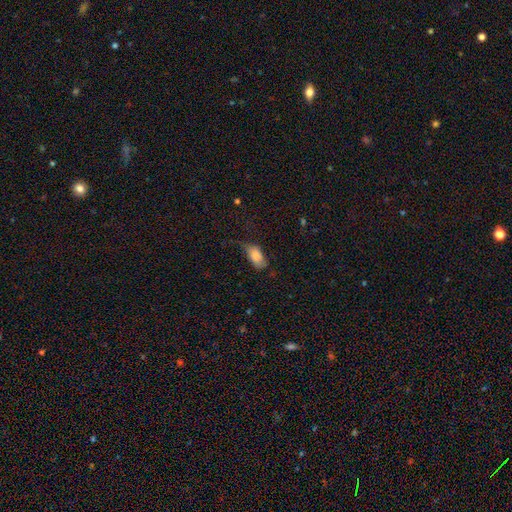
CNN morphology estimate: The model was most divided on "merging": none: 40%, minor disturbance: 36%, major disturbance: 21%, merger: 2%. More confident: how rounded — in between (92%); smooth or featured — smooth (80%).